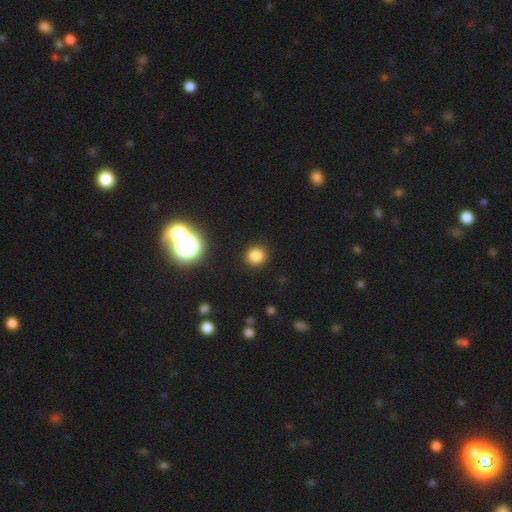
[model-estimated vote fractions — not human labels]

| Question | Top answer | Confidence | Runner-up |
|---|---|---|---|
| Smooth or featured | smooth | 80% | star or artifact (15%) |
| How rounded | round | 83% | in between (16%) |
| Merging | none | 90% | minor disturbance (6%) |